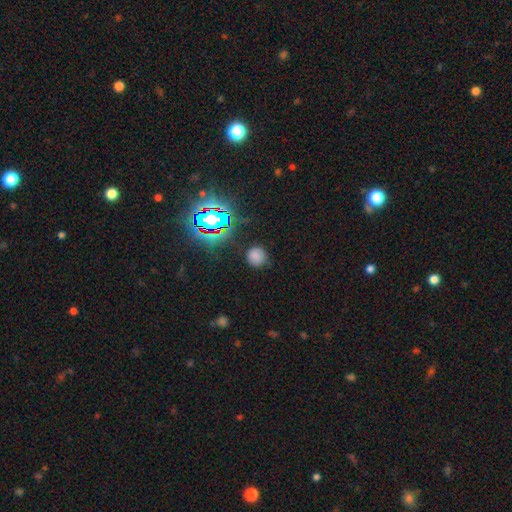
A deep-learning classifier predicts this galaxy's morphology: This is likely a smooth galaxy (72%). How rounded: clearly round (91%). Merging: clearly none (83%).